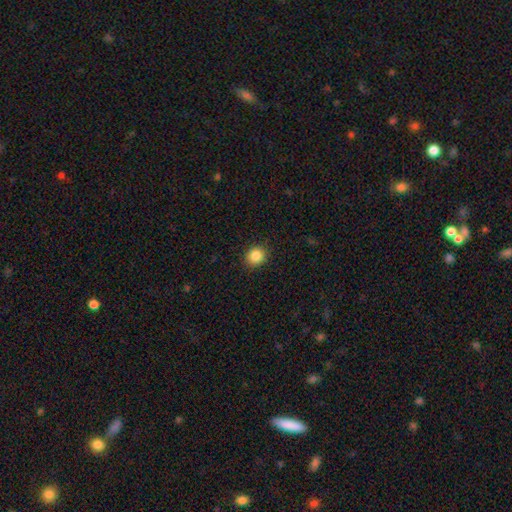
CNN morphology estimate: smooth-or-featured: smooth: 86% | star or artifact: 10% | featured or disk: 4%
  how-rounded: round: 81% | in between: 18% | cigar-shaped: 1%
  merging: none: 90% | minor disturbance: 7% | major disturbance: 2% | merger: 1%